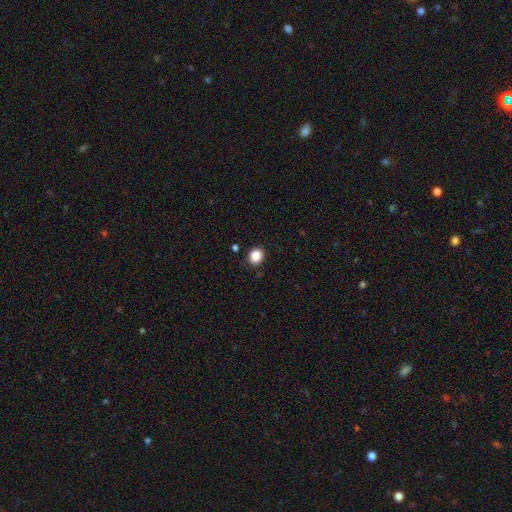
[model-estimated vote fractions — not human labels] smooth-or-featured: smooth: 87% | star or artifact: 10% | featured or disk: 3%
  how-rounded: round: 78% | in between: 21% | cigar-shaped: 1%
  merging: none: 88% | minor disturbance: 8% | major disturbance: 2% | merger: 2%